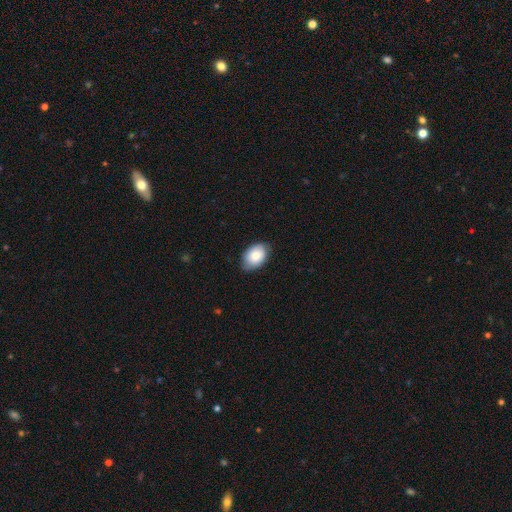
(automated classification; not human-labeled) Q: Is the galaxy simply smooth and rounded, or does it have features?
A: smooth — 80%.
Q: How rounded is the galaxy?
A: in between — 84%.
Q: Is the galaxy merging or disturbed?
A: none — 76%.